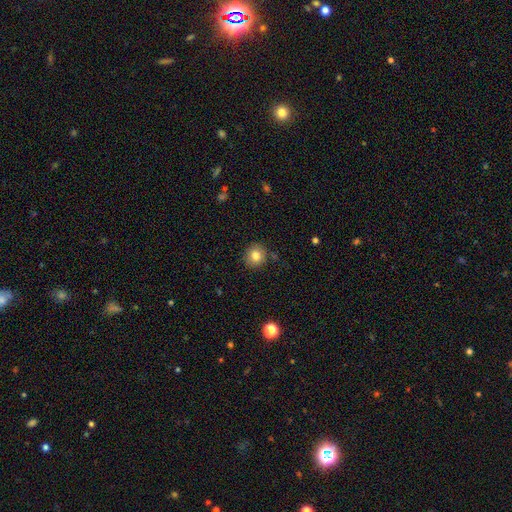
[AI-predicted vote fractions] Q: Smooth or featured?
A: smooth (81%); runner-up: star or artifact (11%)
Q: How rounded?
A: round (90%); runner-up: in between (9%)
Q: Merging?
A: none (86%); runner-up: minor disturbance (9%)